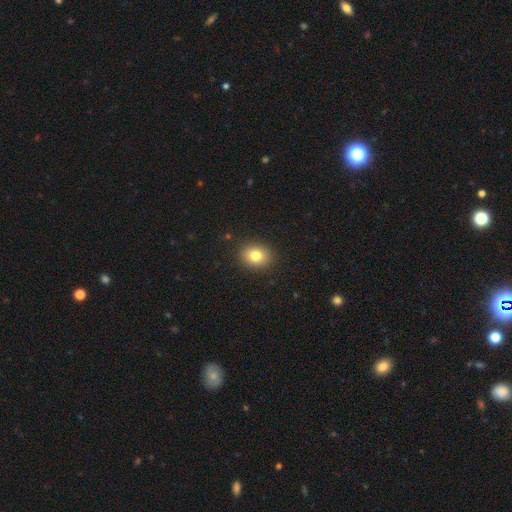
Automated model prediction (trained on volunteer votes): Smooth or featured? Predicted: smooth (p=0.81). How rounded? Predicted: round (p=0.59). Merging? Predicted: none (p=0.90).